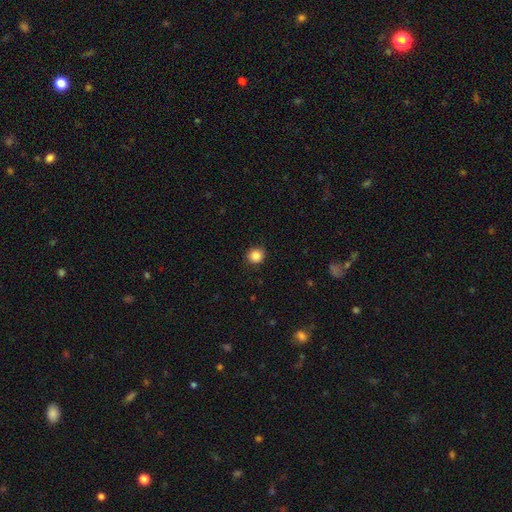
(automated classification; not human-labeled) Smooth or featured?
  - smooth: 86% *
  - star or artifact: 10%
  - featured or disk: 3%
How rounded?
  - round: 90% *
  - in between: 9%
  - cigar-shaped: 1%
Merging?
  - none: 89% *
  - minor disturbance: 7%
  - major disturbance: 2%
  - merger: 1%